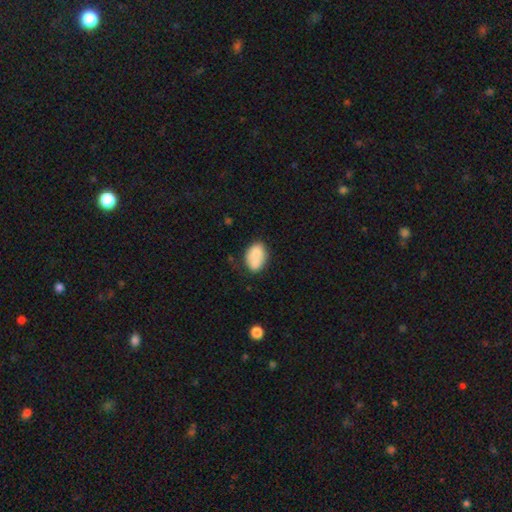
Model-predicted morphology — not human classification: type=smooth (71%); roundness=in between (78%); merging=none (38%).